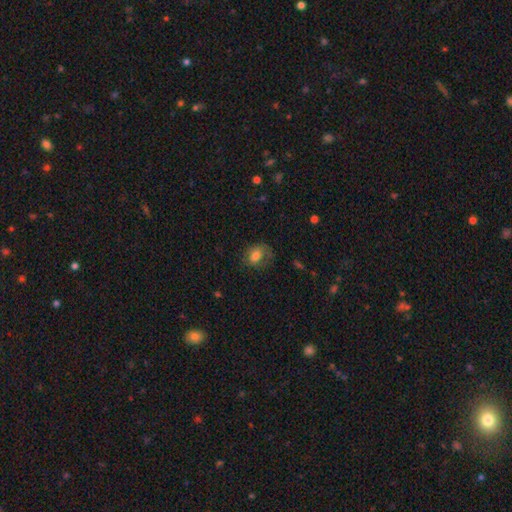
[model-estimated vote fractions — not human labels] A smooth galaxy with no disk features (72%) that is in between round and cigar-shaped (63%). Merging: none (51%).